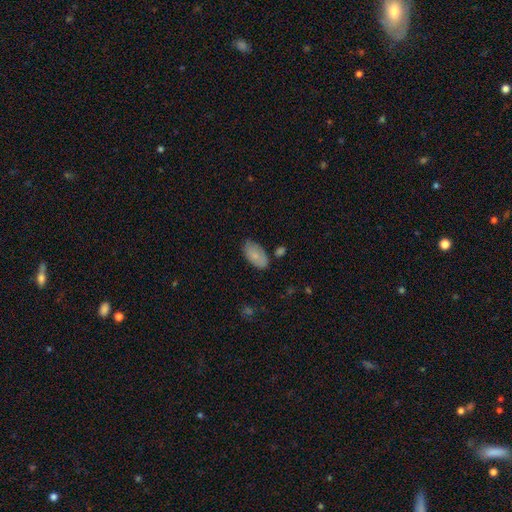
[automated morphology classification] The model was most divided on "merging": none: 71%, minor disturbance: 22%, major disturbance: 4%, merger: 3%. More confident: how rounded — in between (95%); smooth or featured — smooth (79%).